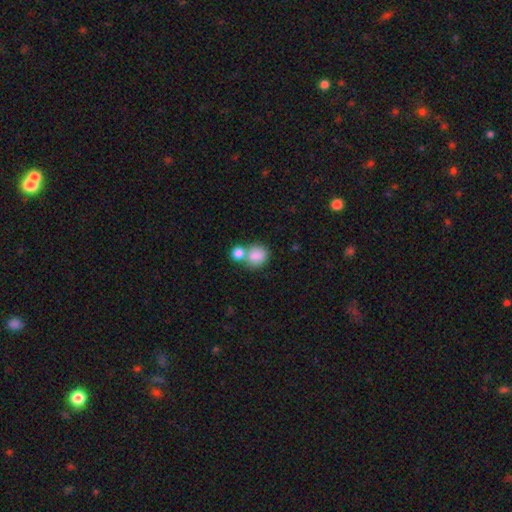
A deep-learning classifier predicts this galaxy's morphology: Smooth or featured? smooth (83%)
How rounded? round (70%)
Merging? merger (43%)